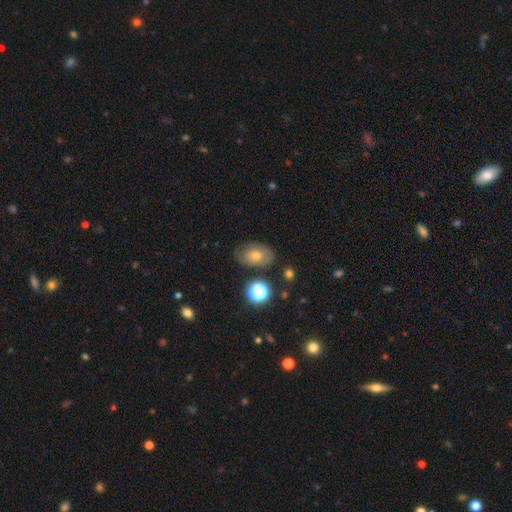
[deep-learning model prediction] A smooth galaxy with no disk features (62%) that is in between round and cigar-shaped (80%). Merging: none (74%).